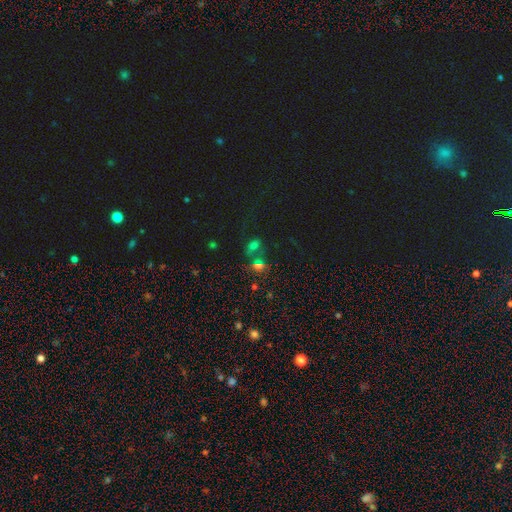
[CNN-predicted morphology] A smooth galaxy with no disk features (50%) that is round (66%).

Vote fractions:
- Smooth or featured? smooth: 50% / star or artifact: 36% / featured or disk: 14%
- How rounded? round: 66% / in between: 31% / cigar-shaped: 3%
- Merging? none: 43% / merger: 41% / minor disturbance: 9% / major disturbance: 6%